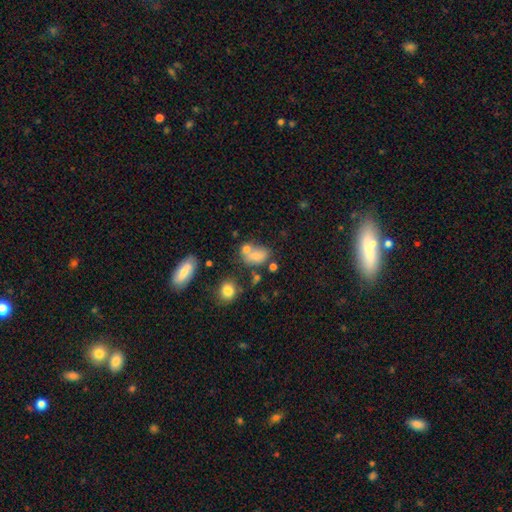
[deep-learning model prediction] smooth_or_featured: smooth (p=0.72) [alt: featured or disk p=0.16]
how_rounded: in between (p=0.79) [alt: round p=0.19]
merging: merger (p=0.40) [alt: none p=0.35]